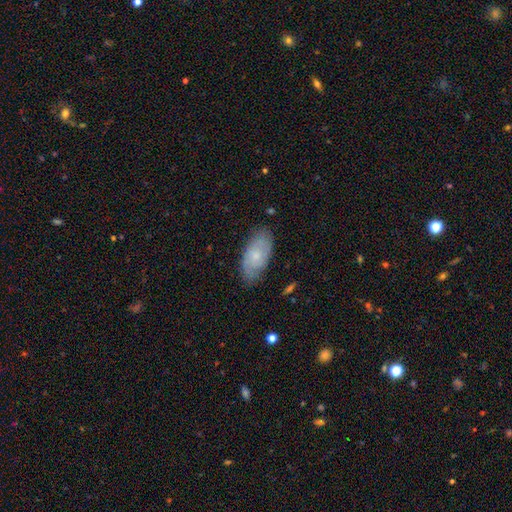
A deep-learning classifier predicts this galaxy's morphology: smooth 48%, featured or disk 45%, star or artifact 7%. Down the decision tree: merging — none (77%).